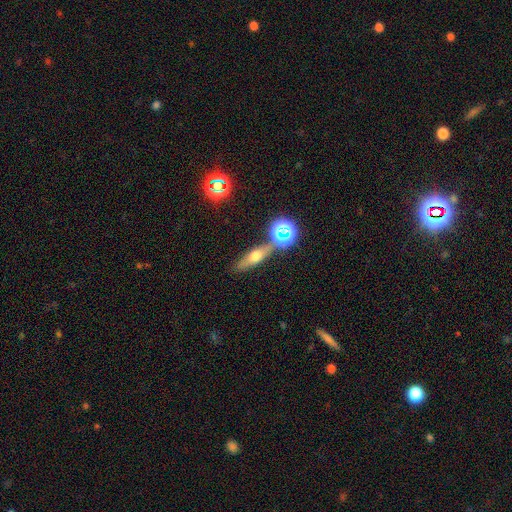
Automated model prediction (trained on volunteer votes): smooth_or_featured: featured or disk (p=0.41) [alt: smooth p=0.40]
merging: none (p=0.74) [alt: merger p=0.11]